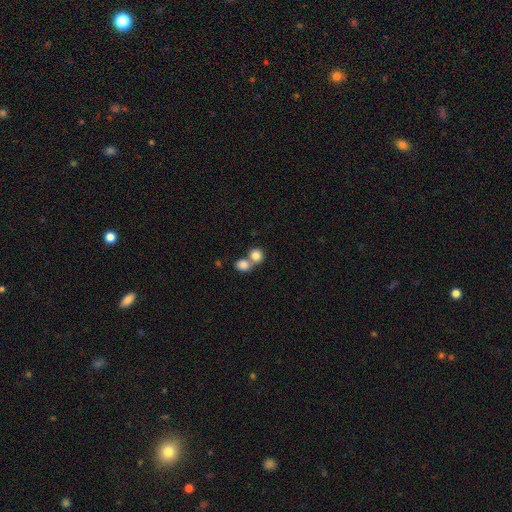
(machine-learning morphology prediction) Smooth or featured? Predicted: smooth (p=0.83). How rounded? Predicted: round (p=0.79). Merging? Predicted: merger (p=0.51).